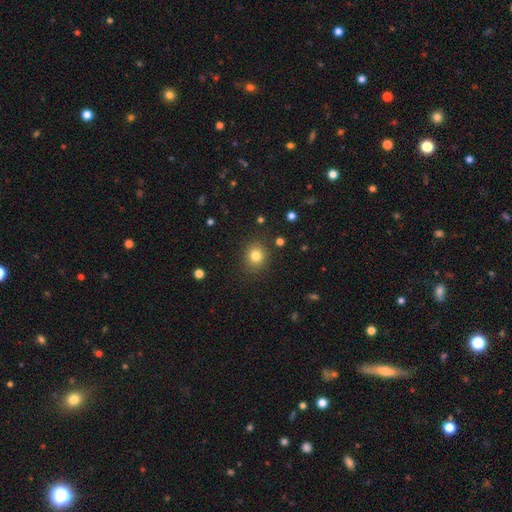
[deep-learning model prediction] The model was most divided on "how rounded": round: 81%, in between: 18%, cigar-shaped: 1%. More confident: merging — none (88%); smooth or featured — smooth (81%).